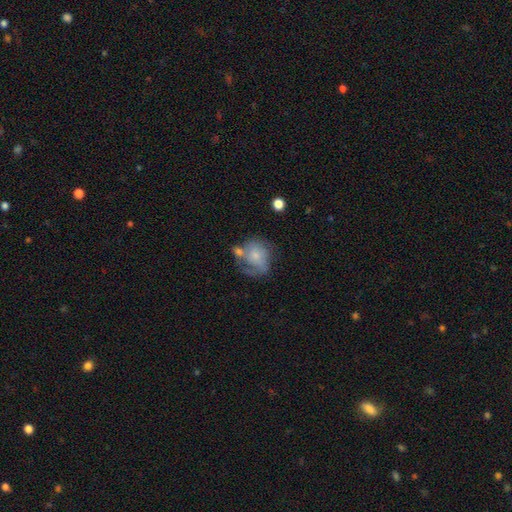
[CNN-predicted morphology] Smooth or featured?
  - smooth: 54% *
  - featured or disk: 38%
  - star or artifact: 8%
How rounded?
  - round: 63% *
  - in between: 36%
  - cigar-shaped: 1%
Merging?
  - none: 32% *
  - major disturbance: 24%
  - minor disturbance: 23%
  - merger: 21%